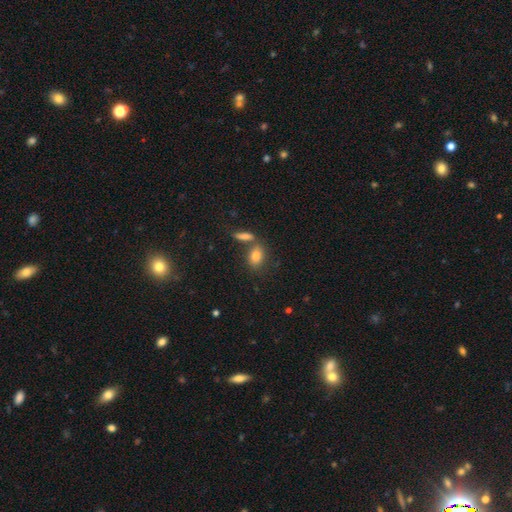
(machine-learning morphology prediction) A smooth galaxy with no disk features (80%) that is in between round and cigar-shaped (75%).

Vote fractions:
- Smooth or featured? smooth: 80% / featured or disk: 10% / star or artifact: 10%
- How rounded? in between: 75% / round: 20% / cigar-shaped: 5%
- Merging? none: 59% / merger: 26% / minor disturbance: 11% / major disturbance: 4%